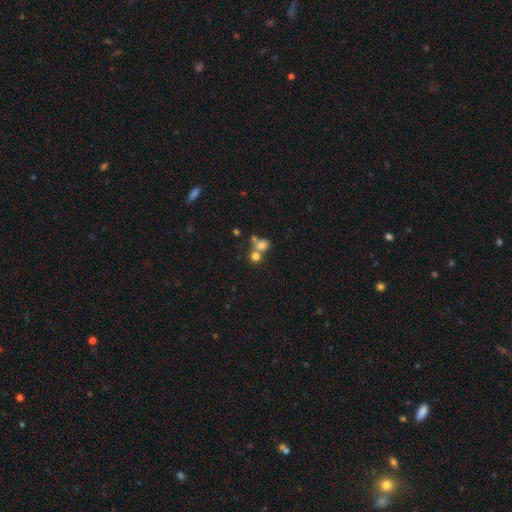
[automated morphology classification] Smooth or featured?
  - smooth: 72% *
  - star or artifact: 15%
  - featured or disk: 13%
How rounded?
  - round: 81% *
  - in between: 18%
  - cigar-shaped: 1%
Merging?
  - merger: 48% *
  - none: 42%
  - minor disturbance: 7%
  - major disturbance: 4%